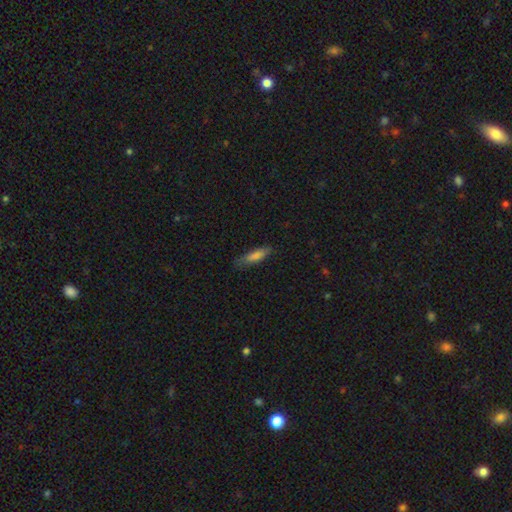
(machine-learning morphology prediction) Smooth or featured? Predicted: smooth (p=0.79). How rounded? Predicted: cigar-shaped (p=0.67). Merging? Predicted: none (p=0.78).